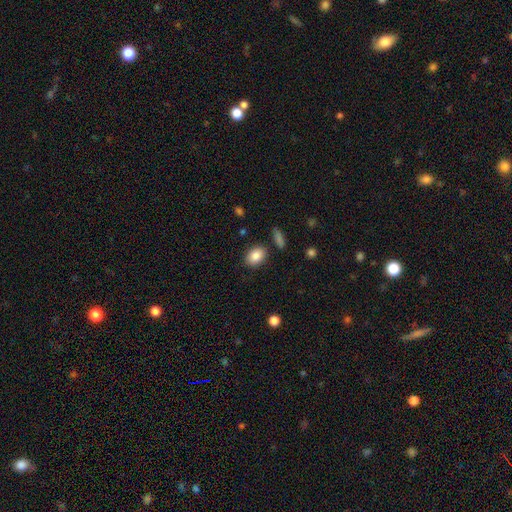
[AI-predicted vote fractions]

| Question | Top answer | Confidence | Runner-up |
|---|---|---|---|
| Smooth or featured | smooth | 86% | star or artifact (8%) |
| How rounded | in between | 74% | round (25%) |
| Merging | none | 84% | minor disturbance (10%) |